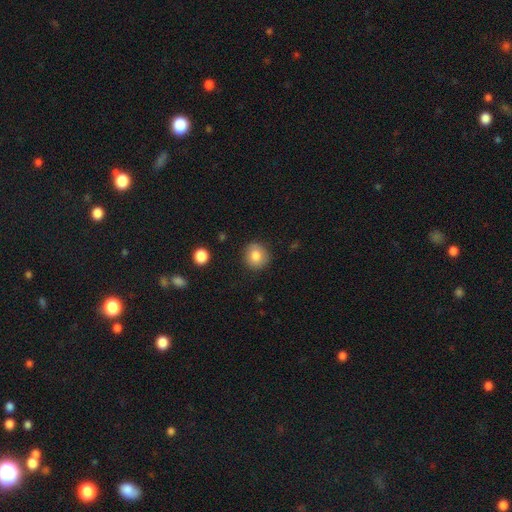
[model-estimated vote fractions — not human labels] smooth 82%, featured or disk 9%, star or artifact 9%. Down the decision tree: how rounded — round (86%); merging — none (85%).